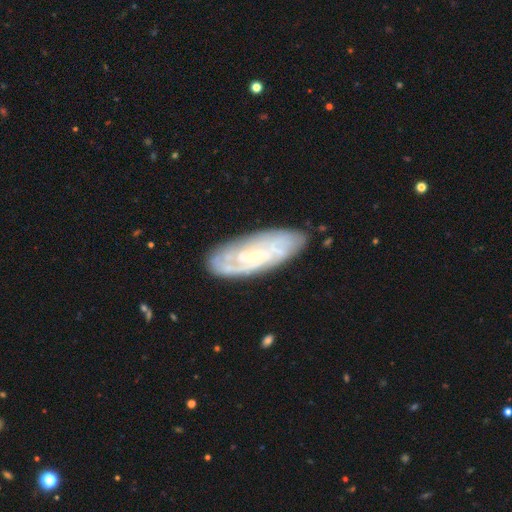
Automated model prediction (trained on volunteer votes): The model was most divided on "bar": no: 61%, weak: 30%, strong: 9%. Remaining: spiral arms — yes (89%); edge-on disk — no (87%); merging — none (83%); bulge size — small (78%); smooth or featured — featured or disk (77%); spiral winding — tight (68%); spiral arm count — can't tell (49%).